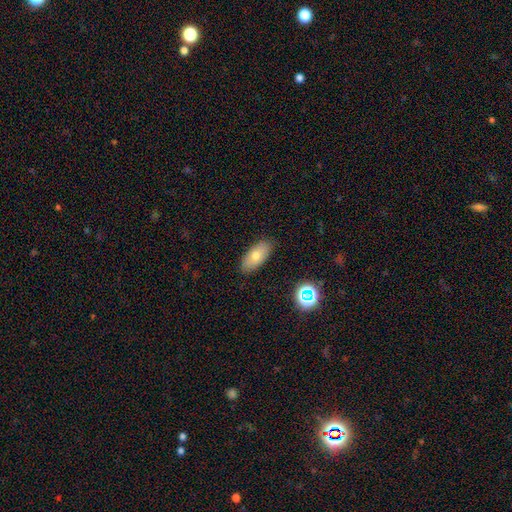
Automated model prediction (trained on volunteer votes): smooth 70%, featured or disk 21%, star or artifact 10%. Down the decision tree: how rounded — in between (89%); merging — none (87%).